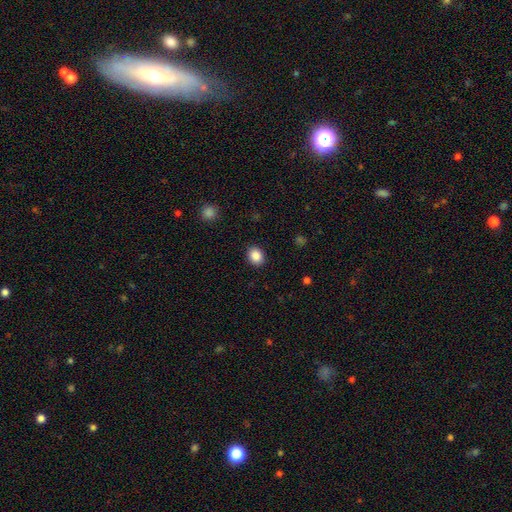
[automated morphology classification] Smooth or featured?
  - smooth: 88% *
  - star or artifact: 9%
  - featured or disk: 3%
How rounded?
  - round: 53% *
  - in between: 46%
  - cigar-shaped: 1%
Merging?
  - none: 90% *
  - minor disturbance: 7%
  - major disturbance: 2%
  - merger: 1%